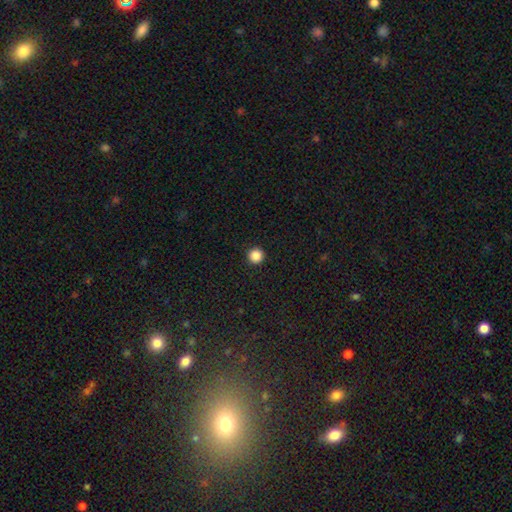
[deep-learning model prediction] Smooth or featured? smooth (87%)
How rounded? round (97%)
Merging? none (94%)